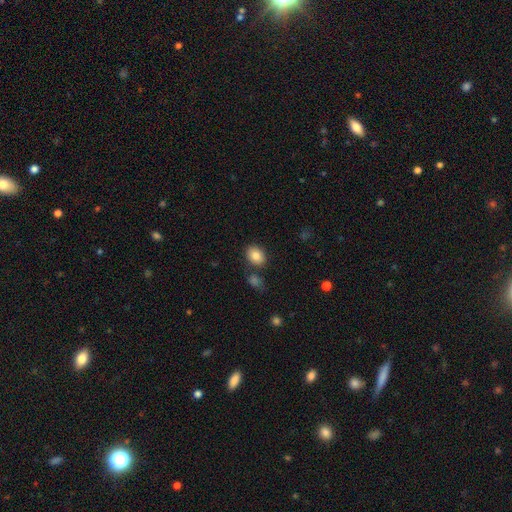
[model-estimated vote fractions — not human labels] Smooth or featured? smooth (84%)
How rounded? in between (67%)
Merging? none (79%)